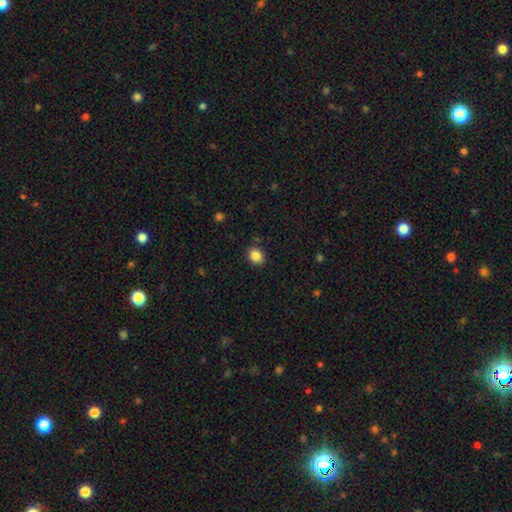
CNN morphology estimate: type=smooth (86%); roundness=round (56%); merging=none (87%).